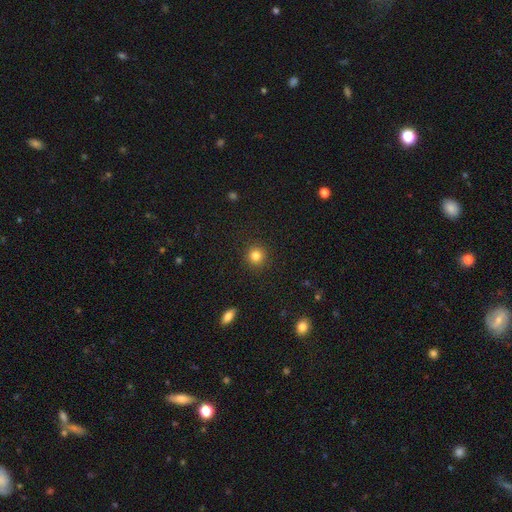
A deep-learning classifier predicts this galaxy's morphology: A smooth galaxy with no disk features (83%) that is round (93%).

Vote fractions:
- Smooth or featured? smooth: 83% / star or artifact: 12% / featured or disk: 5%
- How rounded? round: 93% / in between: 6% / cigar-shaped: 1%
- Merging? none: 92% / minor disturbance: 5% / major disturbance: 2% / merger: 1%